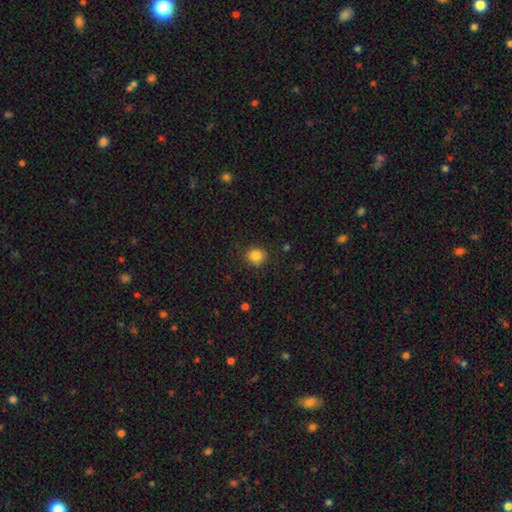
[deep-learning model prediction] A smooth galaxy with no disk features (84%) that is round (79%).

Vote fractions:
- Smooth or featured? smooth: 84% / star or artifact: 10% / featured or disk: 5%
- How rounded? round: 79% / in between: 20% / cigar-shaped: 1%
- Merging? none: 85% / minor disturbance: 11% / major disturbance: 3% / merger: 1%